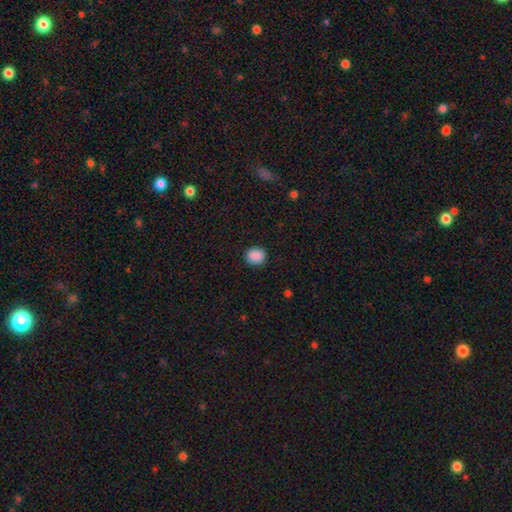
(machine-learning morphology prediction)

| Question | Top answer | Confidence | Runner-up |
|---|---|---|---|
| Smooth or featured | smooth | 89% | star or artifact (8%) |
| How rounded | round | 63% | in between (36%) |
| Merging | none | 89% | minor disturbance (8%) |